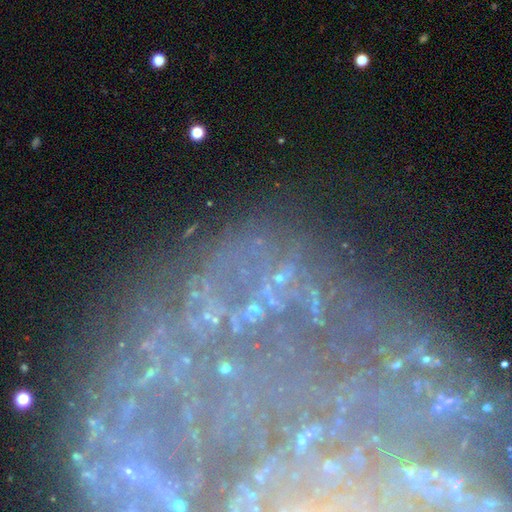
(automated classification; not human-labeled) Smooth or featured? star or artifact (45%)